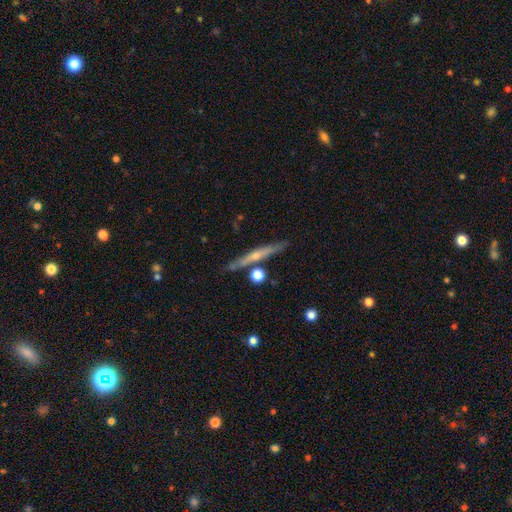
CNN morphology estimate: This appears to be a featured or disk galaxy (64%) viewed edge-on (96%) with a rounded central bulge (63%). Merging: none (83%).